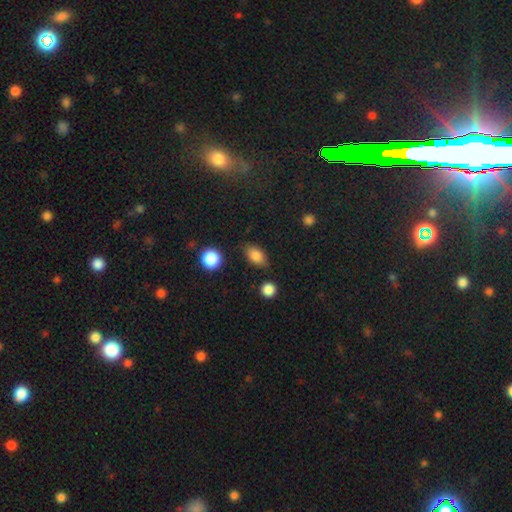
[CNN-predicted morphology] The model was most divided on "merging": none: 79%, minor disturbance: 14%, major disturbance: 4%, merger: 3%. More confident: how rounded — in between (85%); smooth or featured — smooth (83%).